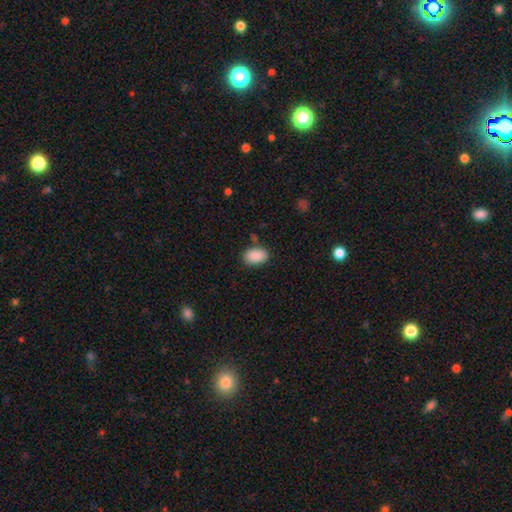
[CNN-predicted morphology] This appears to be a smooth galaxy with no disk features (89%) that is in between round and cigar-shaped (90%). Merging: none (81%).